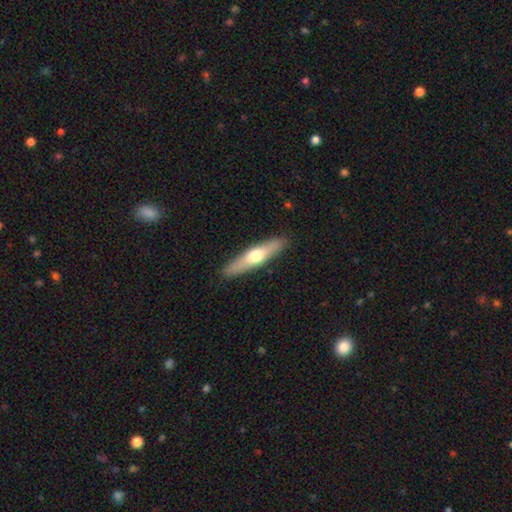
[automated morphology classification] Q: Smooth or featured?
A: smooth (49%); runner-up: featured or disk (45%)
Q: Merging?
A: none (90%); runner-up: minor disturbance (8%)